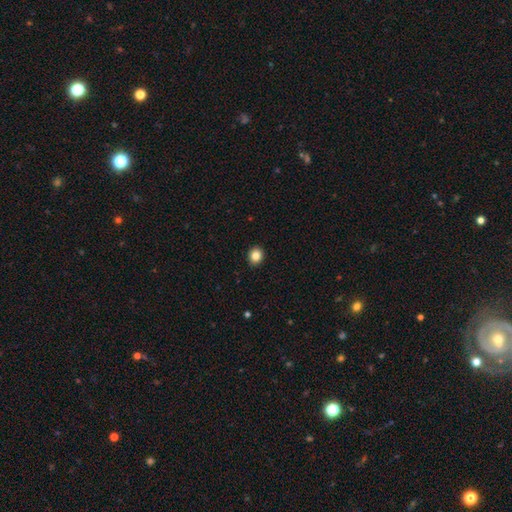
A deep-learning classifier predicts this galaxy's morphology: Overall: smooth (84%). How rounded: round (72%). Merging: none (92%).